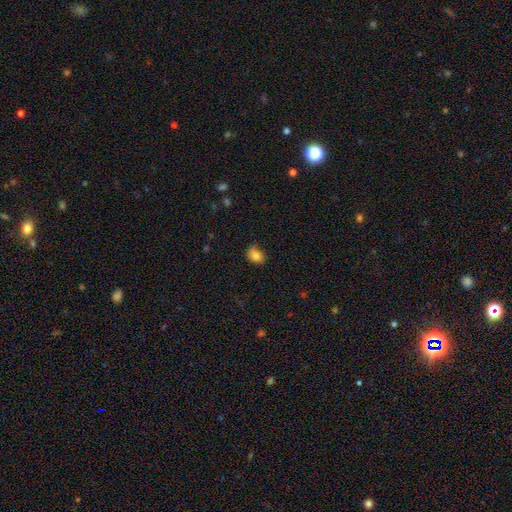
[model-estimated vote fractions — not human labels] Smooth or featured? smooth (82%)
How rounded? round (52%)
Merging? none (63%)